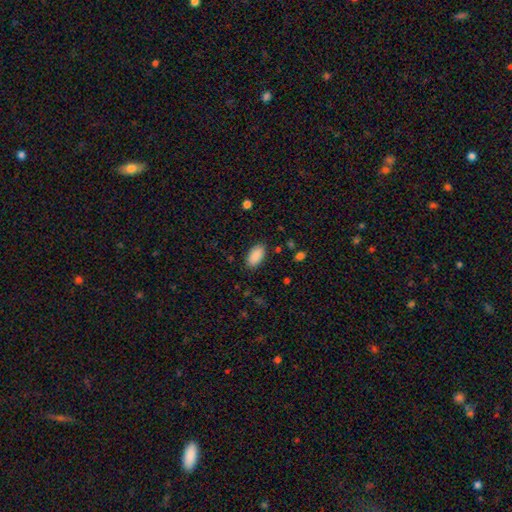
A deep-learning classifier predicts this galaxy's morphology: Smooth or featured: smooth — 90% (star or artifact — 7%)
How rounded: in between — 95% (round — 3%)
Merging: none — 86% (minor disturbance — 10%)